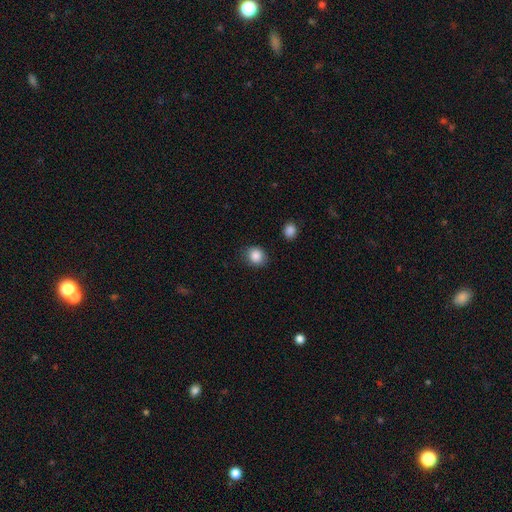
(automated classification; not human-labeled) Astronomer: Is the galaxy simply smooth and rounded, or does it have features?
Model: smooth — 87%.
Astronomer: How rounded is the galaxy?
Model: round — 76%.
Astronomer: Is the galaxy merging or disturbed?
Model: none — 83%.